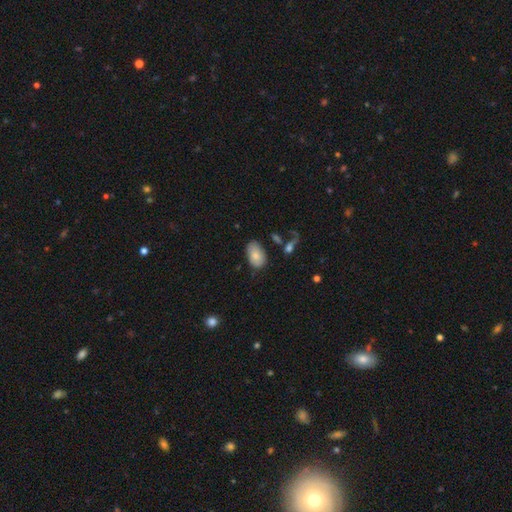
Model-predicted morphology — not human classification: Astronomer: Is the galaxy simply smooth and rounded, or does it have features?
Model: smooth — 79%.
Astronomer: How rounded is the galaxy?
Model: in between — 92%.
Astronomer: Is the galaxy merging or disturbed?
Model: none — 72%.